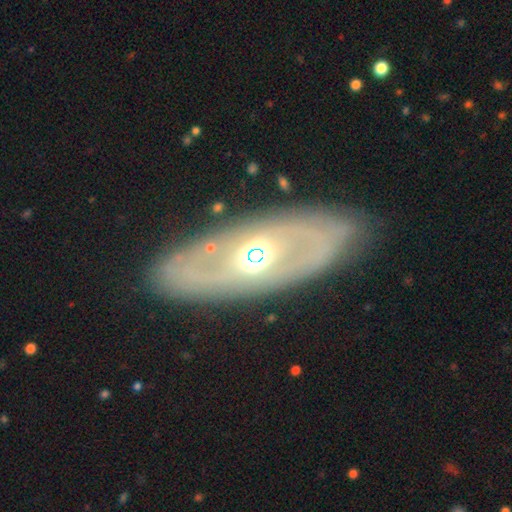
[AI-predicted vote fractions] smooth_or_featured: featured or disk (p=0.73) [alt: smooth p=0.18]
disk_edge_on: no (p=0.78) [alt: yes p=0.22]
bar: no (p=0.65) [alt: weak p=0.21]
has_spiral_arms: no (p=0.65) [alt: yes p=0.35]
bulge_size: moderate (p=0.65) [alt: large p=0.20]
merging: none (p=0.82) [alt: minor disturbance p=0.11]